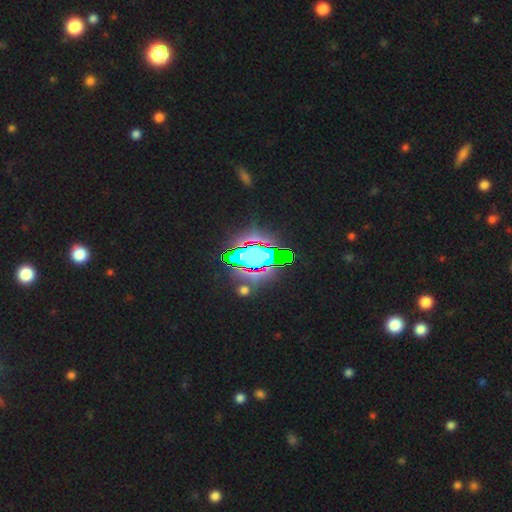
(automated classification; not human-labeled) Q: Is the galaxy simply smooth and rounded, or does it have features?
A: star or artifact — 70%.